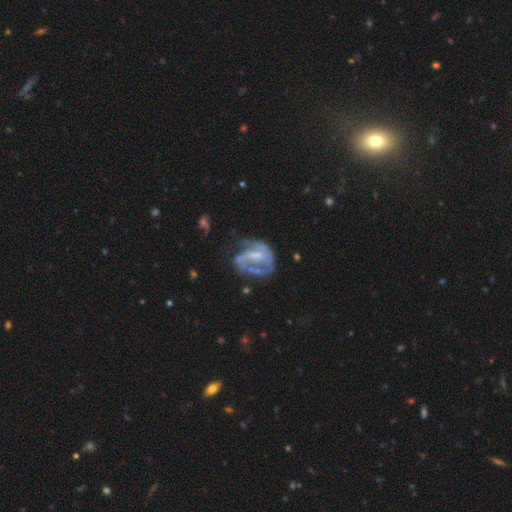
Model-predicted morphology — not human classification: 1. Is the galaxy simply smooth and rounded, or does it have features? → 75% featured or disk, 17% smooth, 8% star or artifact.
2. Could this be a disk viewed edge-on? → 98% no, 2% yes.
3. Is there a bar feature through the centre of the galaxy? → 43% weak, 37% no, 20% strong.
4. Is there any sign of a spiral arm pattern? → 67% yes, 33% no.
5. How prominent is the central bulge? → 41% small, 29% moderate, 26% none, 3% large, 1% dominant.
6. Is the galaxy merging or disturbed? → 36% none, 35% major disturbance, 22% minor disturbance, 7% merger.